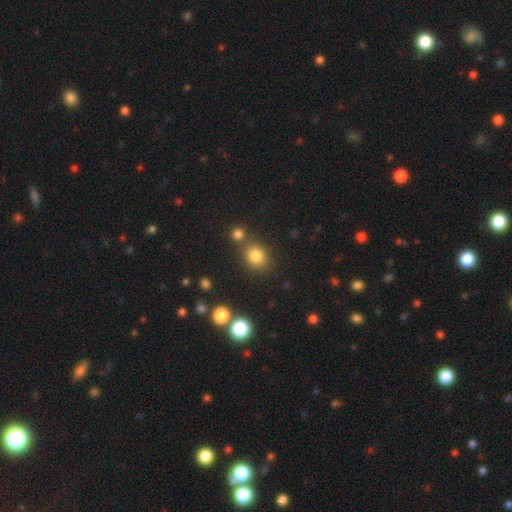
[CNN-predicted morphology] Q: Smooth or featured?
A: smooth (80%); runner-up: star or artifact (13%)
Q: How rounded?
A: round (62%); runner-up: in between (37%)
Q: Merging?
A: none (69%); runner-up: merger (17%)